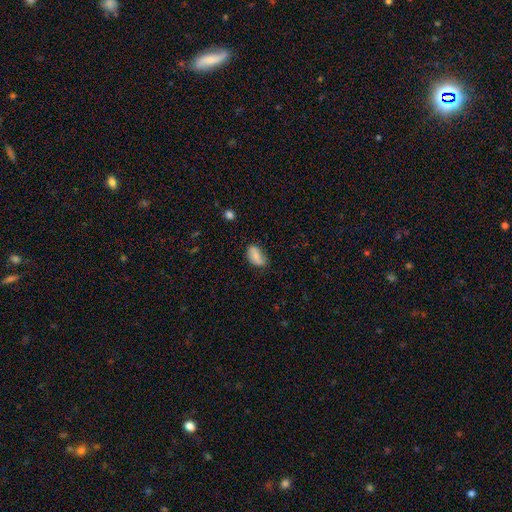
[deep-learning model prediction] Q: Smooth or featured?
A: smooth (65%); runner-up: featured or disk (27%)
Q: How rounded?
A: in between (91%); runner-up: round (7%)
Q: Merging?
A: none (62%); runner-up: minor disturbance (29%)